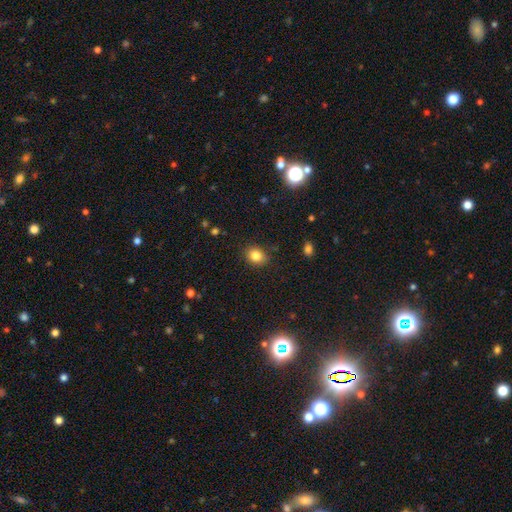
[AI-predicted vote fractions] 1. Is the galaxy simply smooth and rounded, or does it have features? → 83% smooth, 11% star or artifact, 6% featured or disk.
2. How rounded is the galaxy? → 58% round, 41% in between, 1% cigar-shaped.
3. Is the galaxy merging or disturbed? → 86% none, 10% minor disturbance, 3% major disturbance, 1% merger.